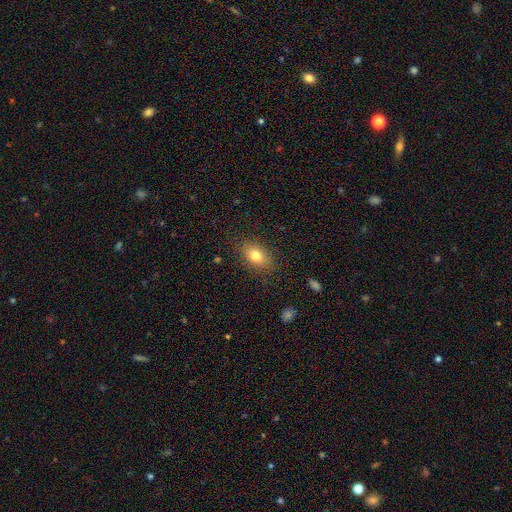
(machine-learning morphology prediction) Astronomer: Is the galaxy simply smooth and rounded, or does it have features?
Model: smooth — 78%.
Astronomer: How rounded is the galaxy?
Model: in between — 80%.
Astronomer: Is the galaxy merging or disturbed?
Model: none — 85%.